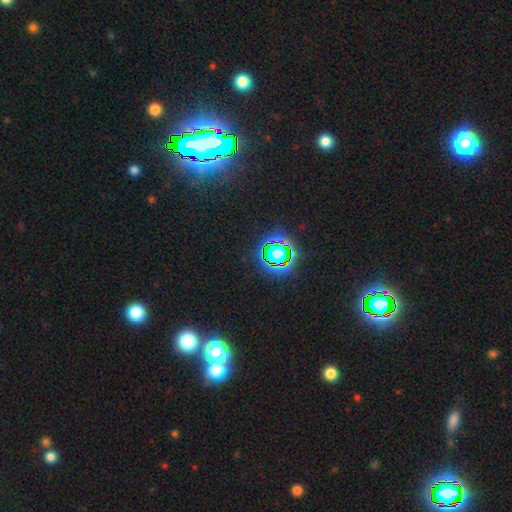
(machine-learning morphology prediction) smooth_or_featured: star or artifact (p=0.80) [alt: smooth p=0.13]